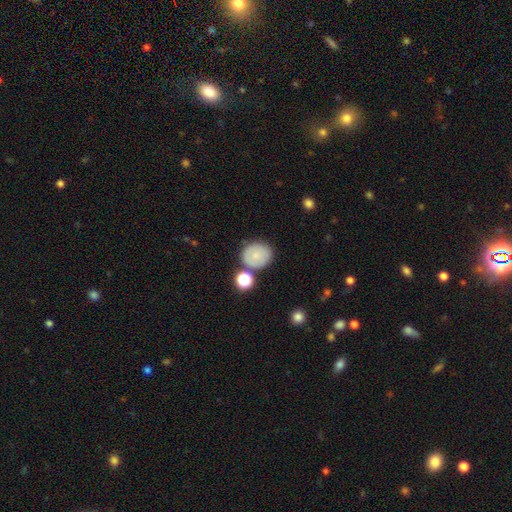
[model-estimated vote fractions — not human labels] smooth 75%, featured or disk 15%, star or artifact 10%. Down the decision tree: how rounded — round (76%); merging — none (73%).